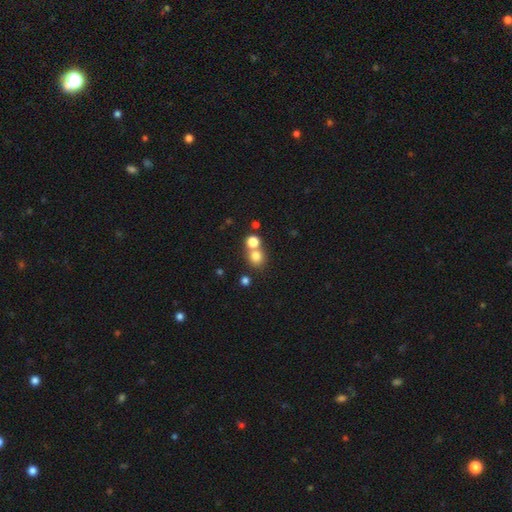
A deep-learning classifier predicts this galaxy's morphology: A smooth galaxy with no disk features (78%) that is round (85%). Merging: none (54%).